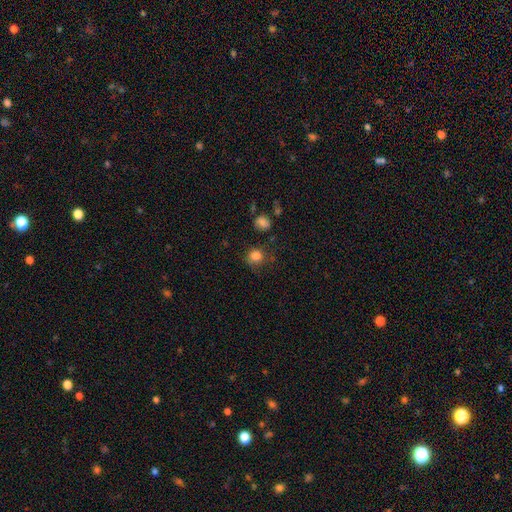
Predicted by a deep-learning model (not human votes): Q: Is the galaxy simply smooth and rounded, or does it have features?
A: smooth — 83%.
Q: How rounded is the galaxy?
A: round — 84%.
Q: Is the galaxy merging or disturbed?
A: none — 70%.